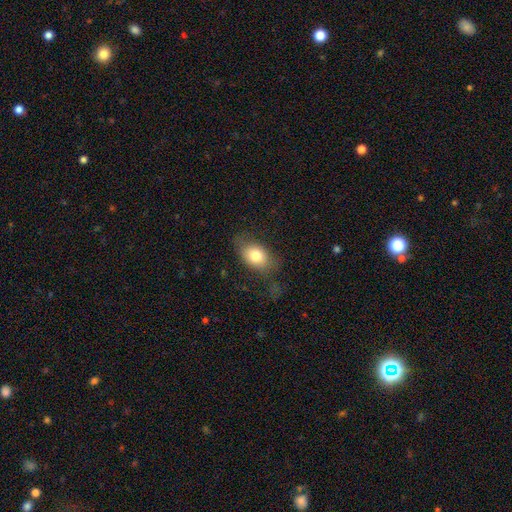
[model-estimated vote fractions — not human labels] smooth_or_featured: smooth (p=0.78) [alt: featured or disk p=0.14]
how_rounded: in between (p=0.79) [alt: round p=0.19]
merging: none (p=0.63) [alt: minor disturbance p=0.23]